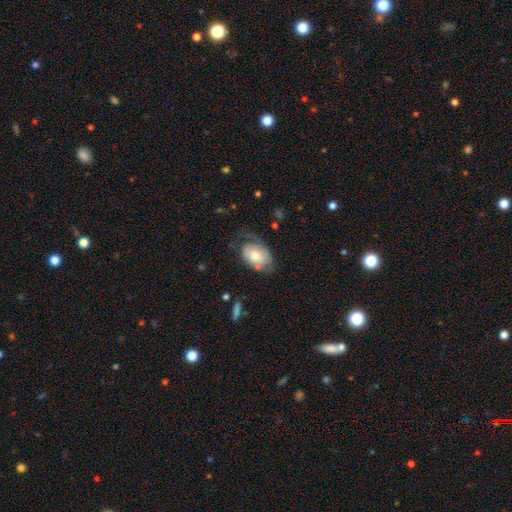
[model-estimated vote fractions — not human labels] Smooth or featured? smooth (63%)
How rounded? in between (83%)
Merging? none (44%)